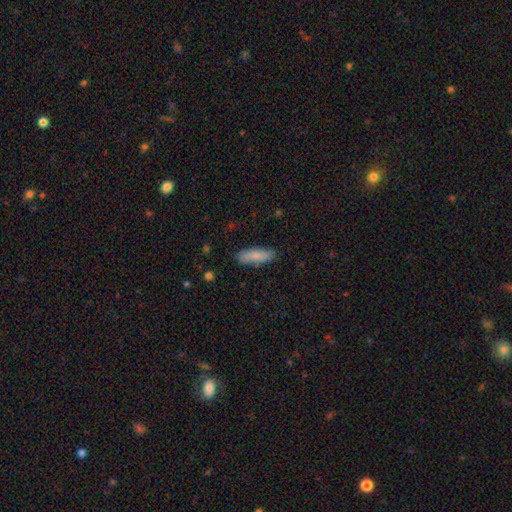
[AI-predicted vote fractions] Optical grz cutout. It shows a smooth galaxy with no disk features (81%) that is in between round and cigar-shaped (53%). Merging: none (83%).